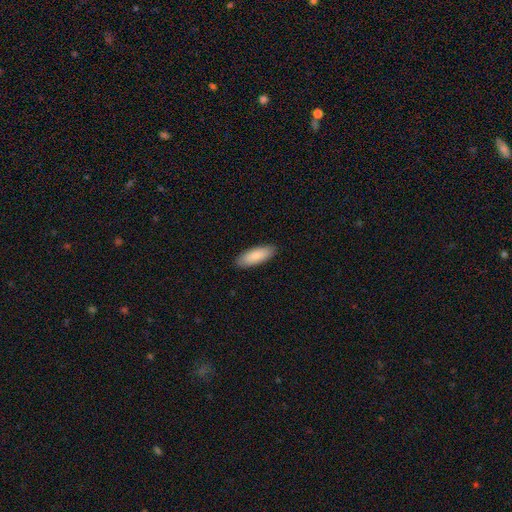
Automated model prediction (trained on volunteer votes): Smooth or featured?
  - smooth: 87% *
  - featured or disk: 8%
  - star or artifact: 5%
How rounded?
  - in between: 68% *
  - cigar-shaped: 31%
  - round: 2%
Merging?
  - none: 90% *
  - minor disturbance: 8%
  - major disturbance: 2%
  - merger: 1%